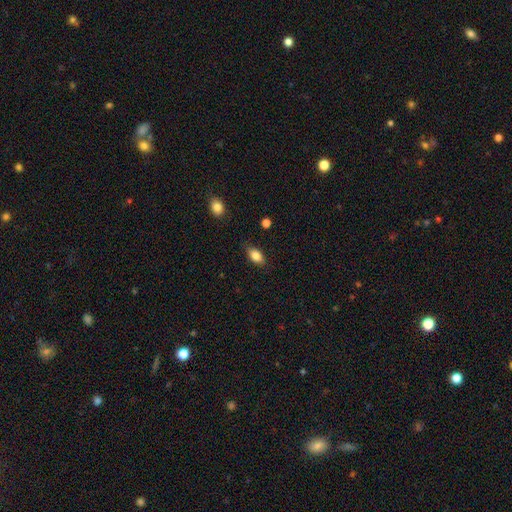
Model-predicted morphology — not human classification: A smooth galaxy with no disk features (83%) that is in between round and cigar-shaped (88%).

Vote fractions:
- Smooth or featured? smooth: 83% / featured or disk: 9% / star or artifact: 8%
- How rounded? in between: 88% / round: 7% / cigar-shaped: 6%
- Merging? none: 81% / minor disturbance: 15% / major disturbance: 3% / merger: 1%